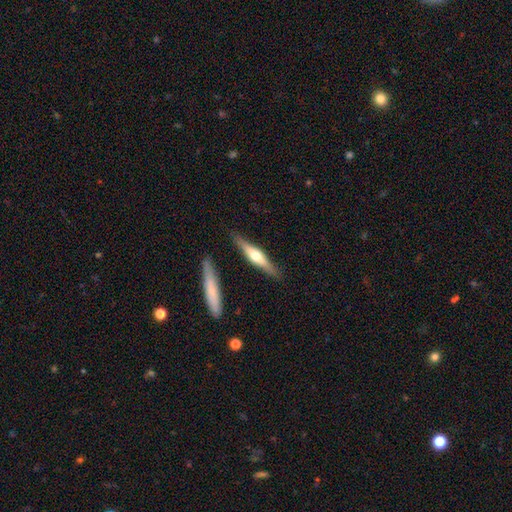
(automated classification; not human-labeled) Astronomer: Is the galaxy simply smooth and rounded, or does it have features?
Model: featured or disk — 62%.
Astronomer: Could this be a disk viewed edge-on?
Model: yes — 96%.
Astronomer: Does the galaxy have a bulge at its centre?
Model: rounded — 91%.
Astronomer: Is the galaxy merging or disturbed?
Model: none — 87%.